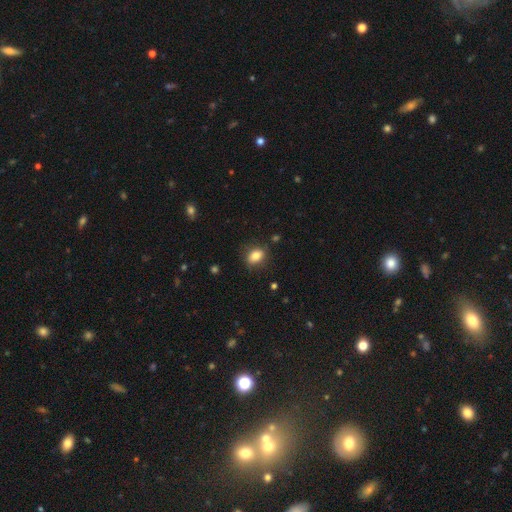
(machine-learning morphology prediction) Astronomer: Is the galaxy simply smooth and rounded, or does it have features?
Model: smooth — 82%.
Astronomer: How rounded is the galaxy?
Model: in between — 74%.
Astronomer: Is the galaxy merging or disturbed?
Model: none — 79%.